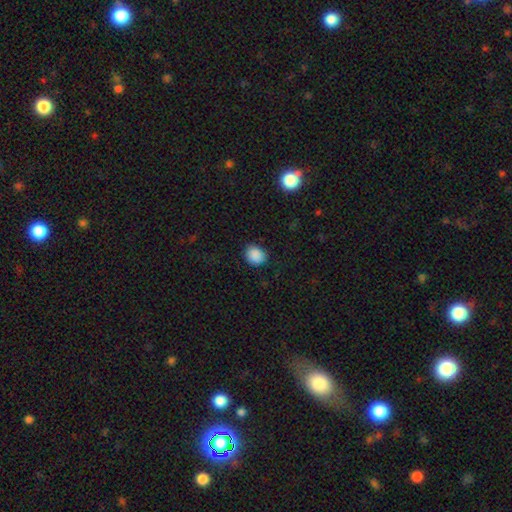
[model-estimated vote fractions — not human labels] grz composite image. It shows a smooth galaxy with no disk features (88%) that is round (64%). Merging: none (83%).